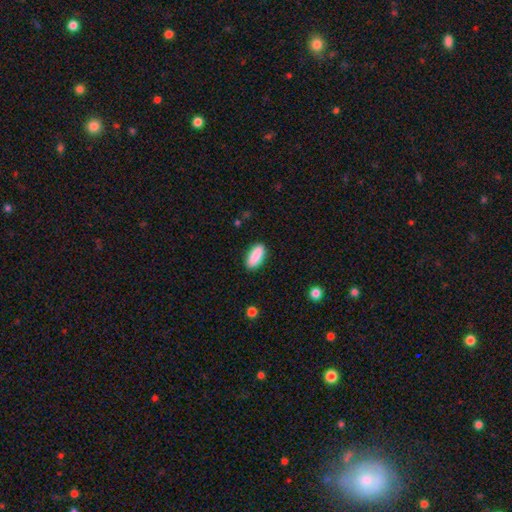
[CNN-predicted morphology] Smooth or featured? Predicted: smooth (p=0.89). How rounded? Predicted: in between (p=0.80). Merging? Predicted: none (p=0.88).